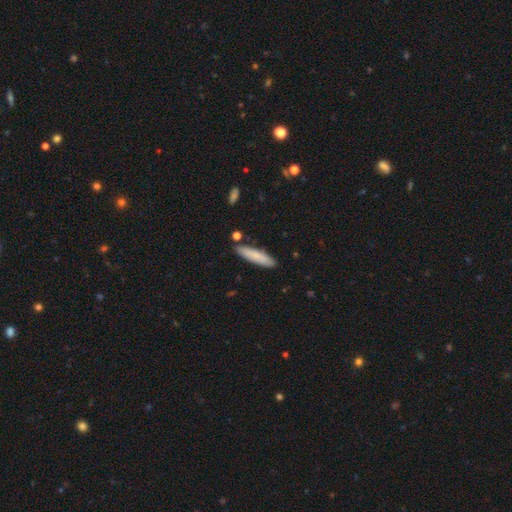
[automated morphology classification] smooth-or-featured: smooth: 79% | featured or disk: 15% | star or artifact: 6%
  how-rounded: cigar-shaped: 81% | in between: 18% | round: 1%
  merging: none: 84% | minor disturbance: 10% | merger: 3% | major disturbance: 2%